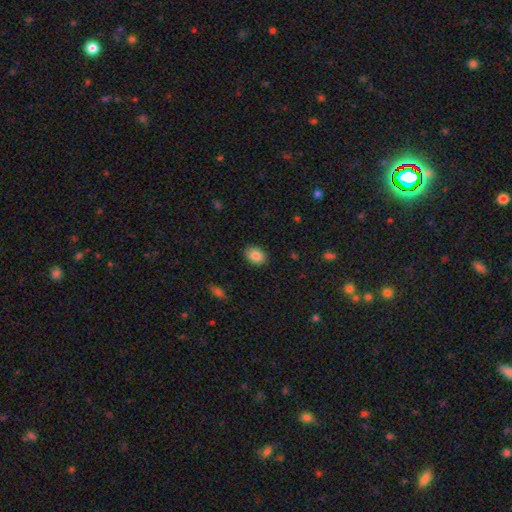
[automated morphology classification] Q: Smooth or featured?
A: smooth (85%); runner-up: star or artifact (8%)
Q: How rounded?
A: in between (69%); runner-up: round (30%)
Q: Merging?
A: none (88%); runner-up: minor disturbance (9%)